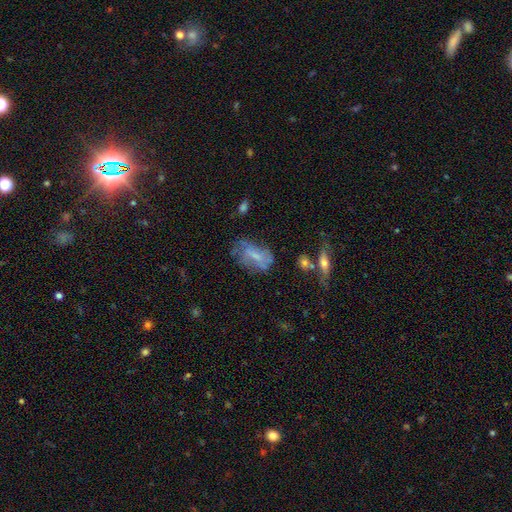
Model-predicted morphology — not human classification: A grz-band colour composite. It shows a smooth galaxy with no disk features (46%). Merging: none (45%).